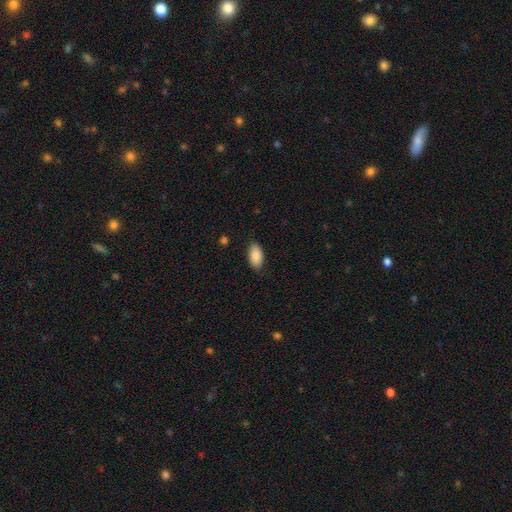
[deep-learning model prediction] Smooth or featured?
  - smooth: 89% *
  - star or artifact: 6%
  - featured or disk: 5%
How rounded?
  - in between: 94% *
  - round: 3%
  - cigar-shaped: 3%
Merging?
  - none: 84% *
  - minor disturbance: 12%
  - major disturbance: 3%
  - merger: 1%